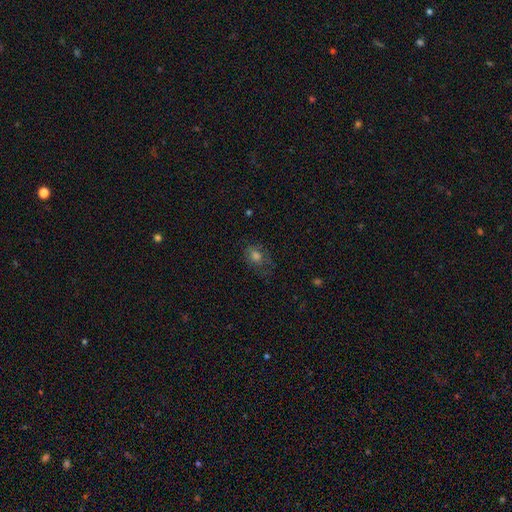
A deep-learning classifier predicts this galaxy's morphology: This is likely a smooth galaxy (61%). How rounded: possibly in between (57%). Merging: likely none (66%).